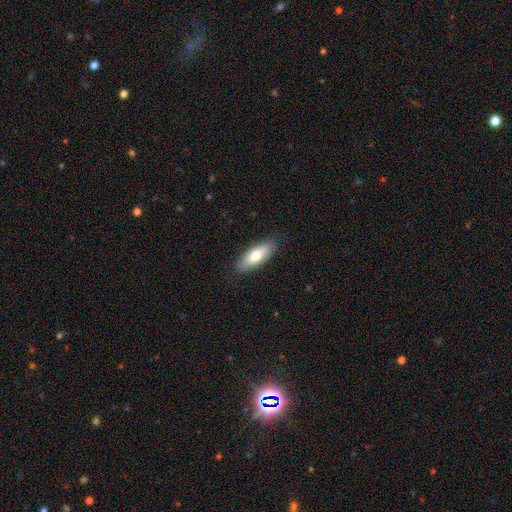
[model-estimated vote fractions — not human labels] This appears to be a smooth galaxy with no disk features (75%) that is in between round and cigar-shaped (70%). Merging: none (86%).